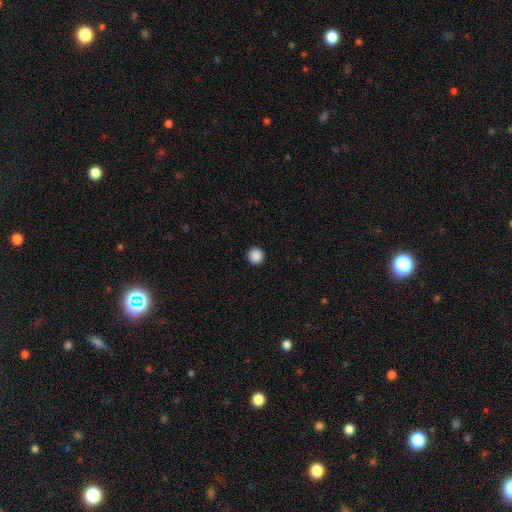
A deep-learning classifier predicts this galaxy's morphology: A smooth galaxy with no disk features (89%) that is round (96%). Merging: none (93%).